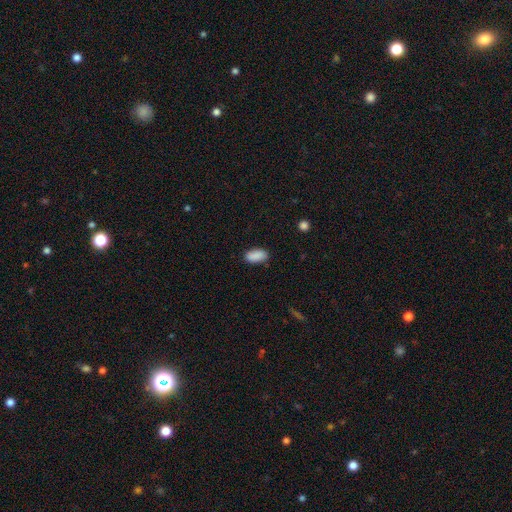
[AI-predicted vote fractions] Morphology: type=smooth (89%); roundness=in between (92%); merging=none (82%).